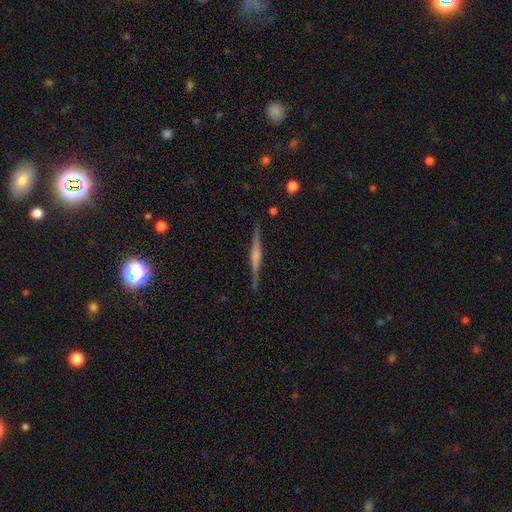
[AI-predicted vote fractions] Morphology: type=featured or disk (76%); edge-on=yes (98%); edge-on bulge=rounded (57%); merging=none (90%).